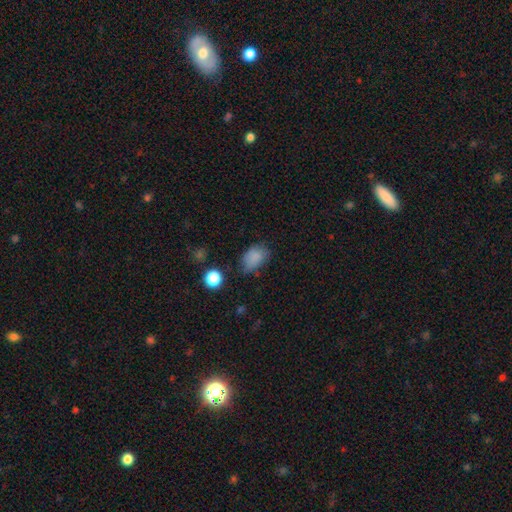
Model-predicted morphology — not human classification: Smooth or featured: smooth — 82% (star or artifact — 12%)
How rounded: in between — 81% (round — 18%)
Merging: none — 59% (minor disturbance — 29%)